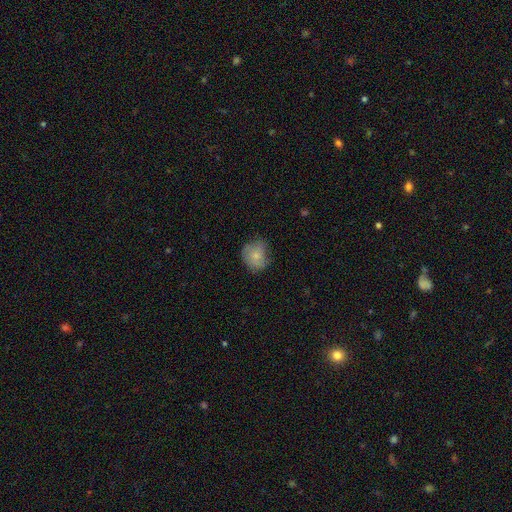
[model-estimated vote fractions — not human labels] A smooth galaxy with no disk features (70%) that is round (72%). Merging: none (58%).